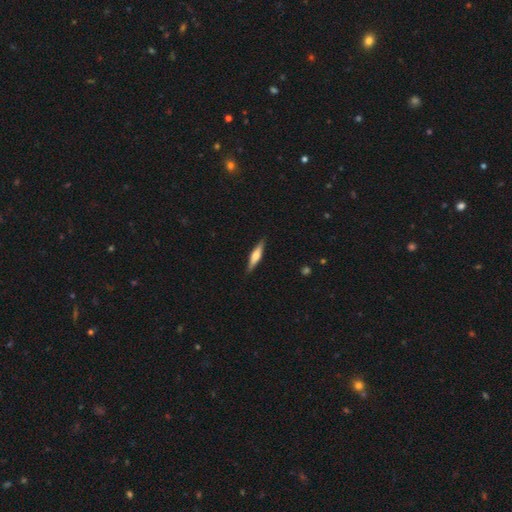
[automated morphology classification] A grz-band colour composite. It shows a featured or disk galaxy (49%). Merging: none (89%).